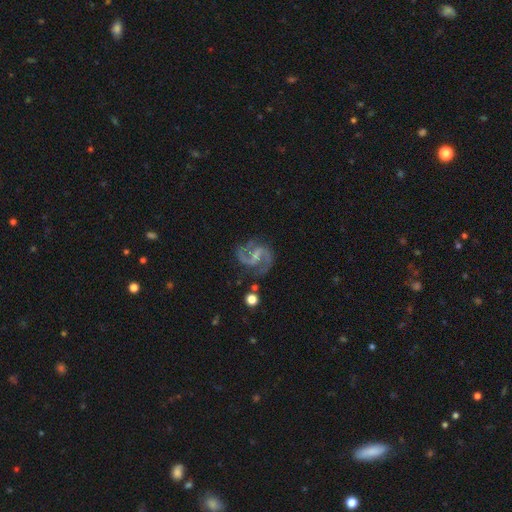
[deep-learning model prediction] A featured or disk galaxy (91%) with a weak bar (53%), 2 (92%) medium (63%) spiral arms (98%) and a small central bulge (59%). Merging: none (77%).